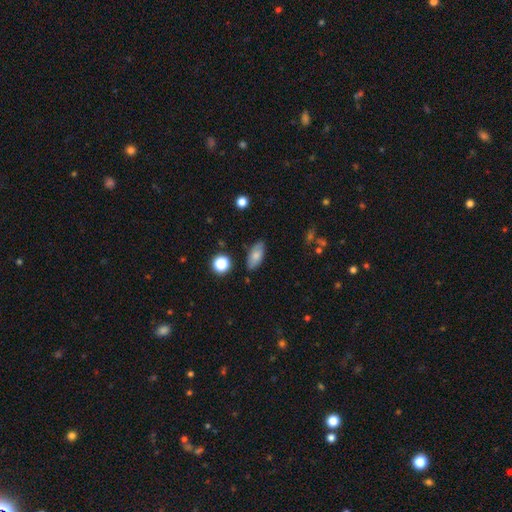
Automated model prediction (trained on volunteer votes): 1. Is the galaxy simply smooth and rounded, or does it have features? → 77% smooth, 15% featured or disk, 8% star or artifact.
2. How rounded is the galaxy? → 87% in between, 9% cigar-shaped, 4% round.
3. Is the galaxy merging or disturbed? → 82% none, 13% minor disturbance, 3% major disturbance, 2% merger.